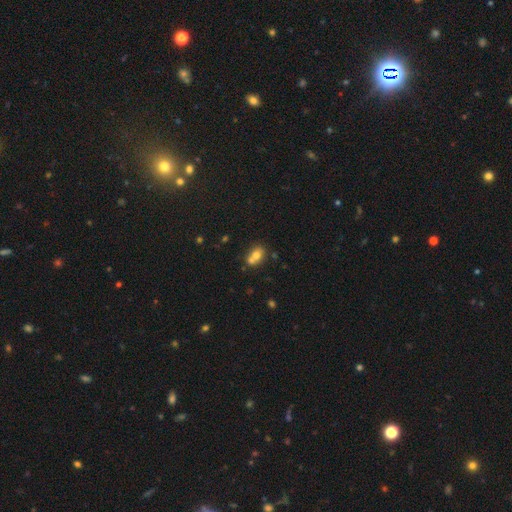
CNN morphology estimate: This appears to be a smooth galaxy with no disk features (71%) that is in between round and cigar-shaped (57%). Merging: merger (50%).